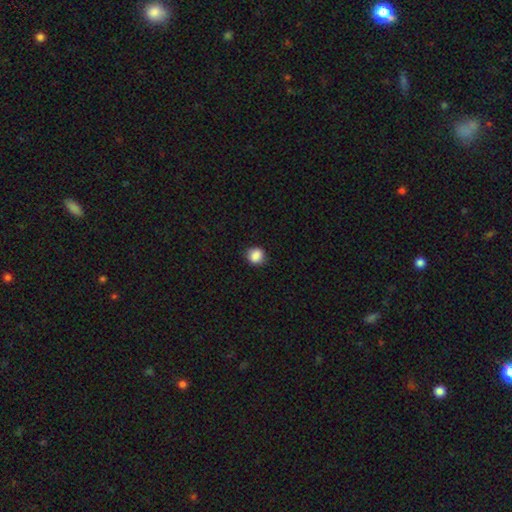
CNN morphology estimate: This appears to be a smooth galaxy with no disk features (87%) that is round (79%). Merging: none (85%).